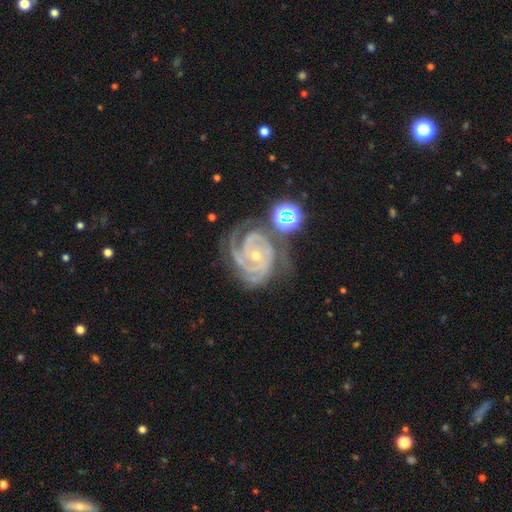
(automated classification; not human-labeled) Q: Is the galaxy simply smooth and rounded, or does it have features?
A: featured or disk — 90%.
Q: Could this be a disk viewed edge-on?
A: no — 98%.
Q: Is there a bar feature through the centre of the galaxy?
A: no — 69%.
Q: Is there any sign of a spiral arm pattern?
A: yes — 98%.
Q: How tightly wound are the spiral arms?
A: tight — 74%.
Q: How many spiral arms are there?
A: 3 — 42%.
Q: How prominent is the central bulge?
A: small — 69%.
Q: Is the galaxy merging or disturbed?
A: none — 59%.